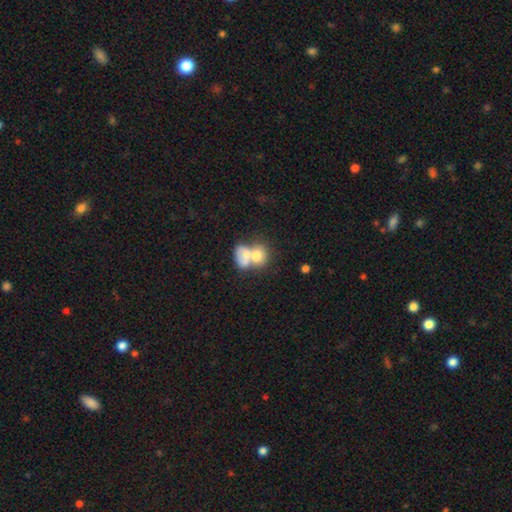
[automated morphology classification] Smooth or featured? smooth (65%)
How rounded? round (55%)
Merging? merger (71%)